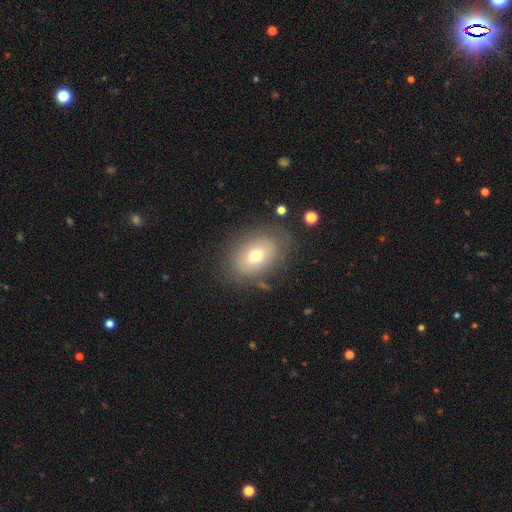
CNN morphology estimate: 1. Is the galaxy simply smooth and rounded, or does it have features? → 67% smooth, 22% featured or disk, 11% star or artifact.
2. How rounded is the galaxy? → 78% in between, 20% round, 1% cigar-shaped.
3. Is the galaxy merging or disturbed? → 76% none, 15% minor disturbance, 6% major disturbance, 2% merger.